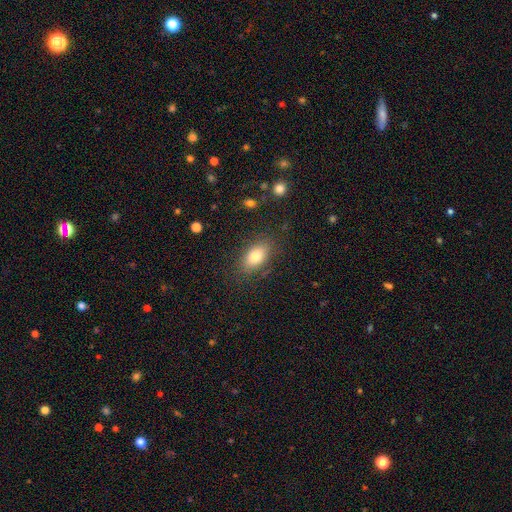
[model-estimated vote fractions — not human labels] Morphology: type=smooth (78%); roundness=in between (88%); merging=none (82%).